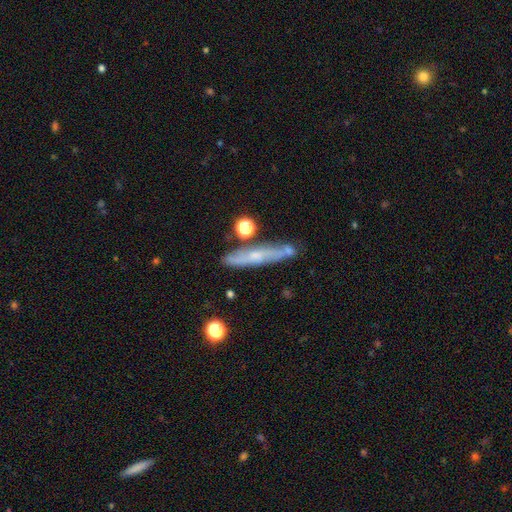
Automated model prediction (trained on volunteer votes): Smooth or featured: featured or disk — 54% (smooth — 38%)
Edge-on disk: yes — 80% (no — 20%)
Merging: none — 73% (minor disturbance — 16%)